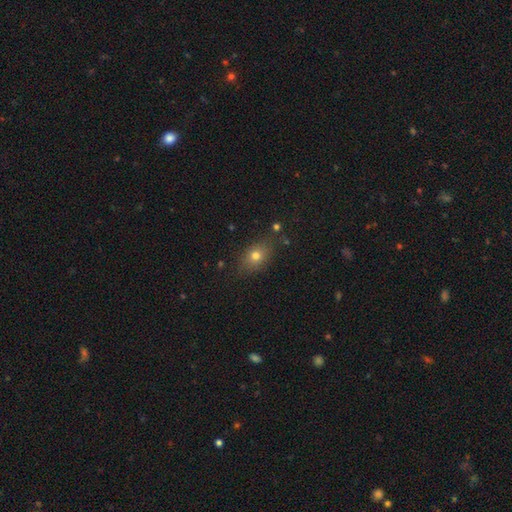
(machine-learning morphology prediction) The model was most divided on "how rounded": in between: 66%, round: 31%, cigar-shaped: 3%. More confident: merging — none (78%); smooth or featured — smooth (74%).